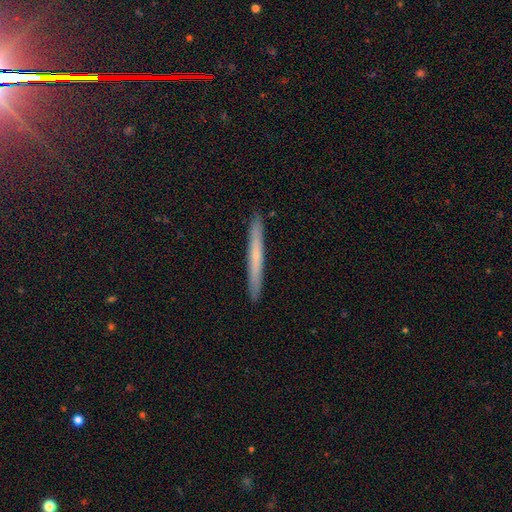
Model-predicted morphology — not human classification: Q: Smooth or featured?
A: smooth (51%); runner-up: featured or disk (42%)
Q: How rounded?
A: cigar-shaped (97%); runner-up: in between (2%)
Q: Merging?
A: none (92%); runner-up: minor disturbance (5%)